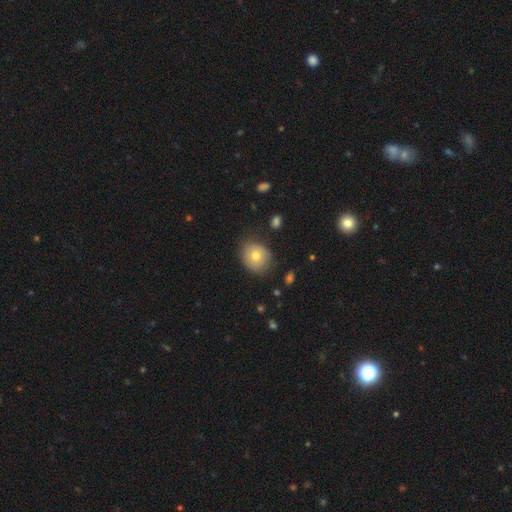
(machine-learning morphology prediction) This is likely a smooth galaxy (71%). How rounded: likely round (70%). Merging: likely none (73%).